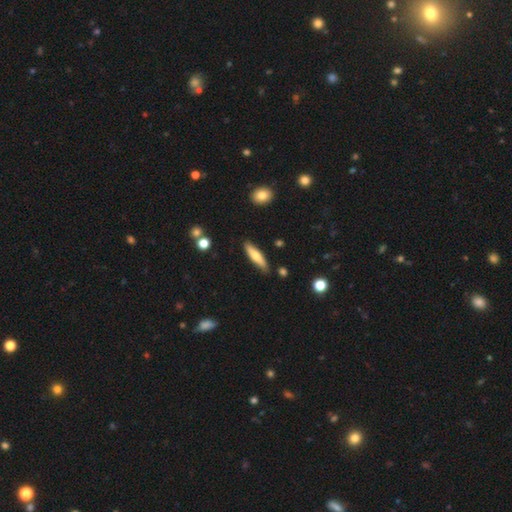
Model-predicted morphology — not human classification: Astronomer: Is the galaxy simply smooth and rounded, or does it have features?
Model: smooth — 64%.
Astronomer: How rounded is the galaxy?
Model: cigar-shaped — 76%.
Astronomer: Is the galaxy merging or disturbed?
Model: none — 83%.